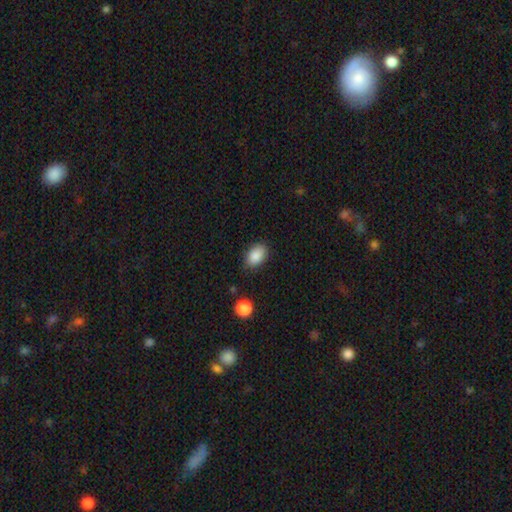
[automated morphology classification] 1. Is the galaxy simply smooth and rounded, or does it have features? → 87% smooth, 8% star or artifact, 5% featured or disk.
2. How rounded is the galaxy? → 87% in between, 12% round, 1% cigar-shaped.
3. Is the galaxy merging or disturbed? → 81% none, 14% minor disturbance, 3% major disturbance, 2% merger.